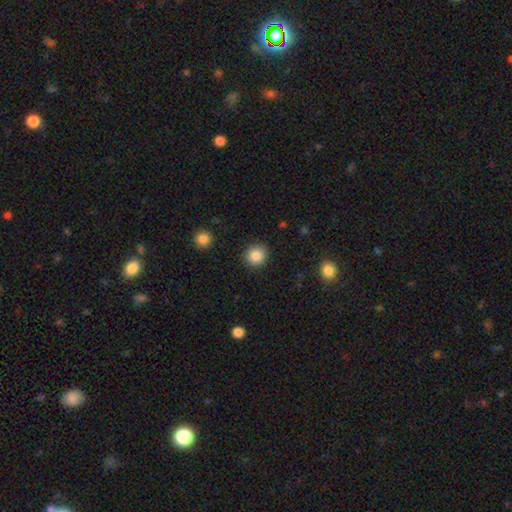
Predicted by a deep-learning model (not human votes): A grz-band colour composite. It shows a smooth galaxy with no disk features (87%) that is round (89%). Merging: none (91%).